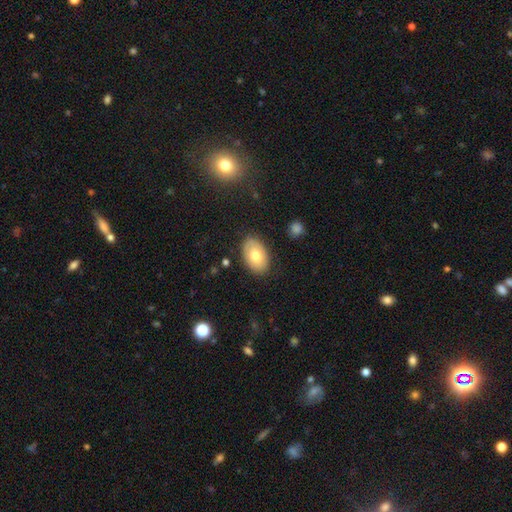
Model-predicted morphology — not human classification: Smooth or featured: smooth — 71% (featured or disk — 23%)
How rounded: in between — 91% (round — 8%)
Merging: none — 84% (minor disturbance — 12%)